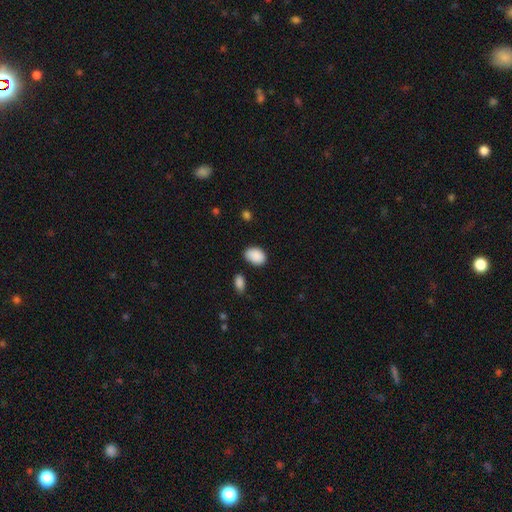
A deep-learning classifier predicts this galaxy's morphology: smooth_or_featured: smooth (p=0.90) [alt: star or artifact p=0.07]
how_rounded: in between (p=0.80) [alt: round p=0.19]
merging: none (p=0.74) [alt: minor disturbance p=0.18]